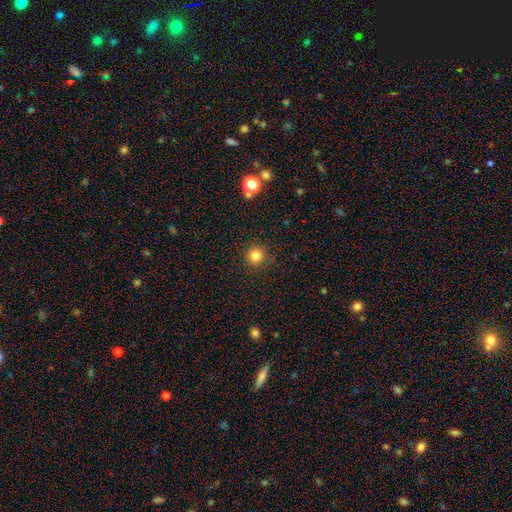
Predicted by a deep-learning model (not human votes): smooth-or-featured: smooth: 82% | star or artifact: 13% | featured or disk: 5%
  how-rounded: round: 94% | in between: 5% | cigar-shaped: 1%
  merging: none: 90% | minor disturbance: 6% | major disturbance: 2% | merger: 1%